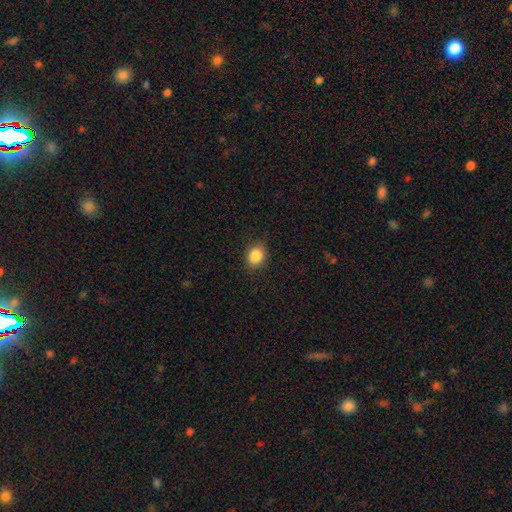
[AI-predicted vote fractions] Morphology: type=smooth (87%); roundness=round (51%); merging=none (86%).